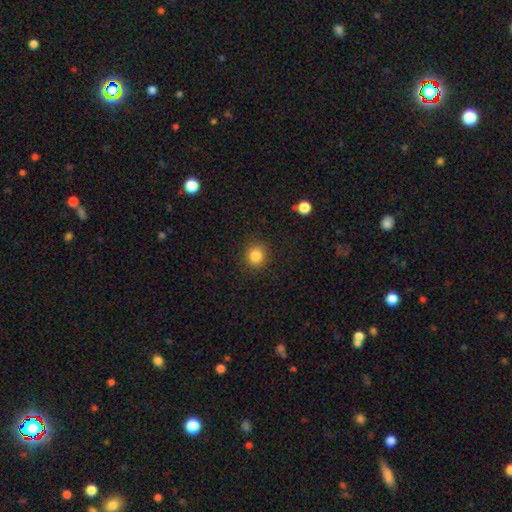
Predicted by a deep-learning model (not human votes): Overall: smooth (84%). How rounded: round (88%). Merging: none (90%).